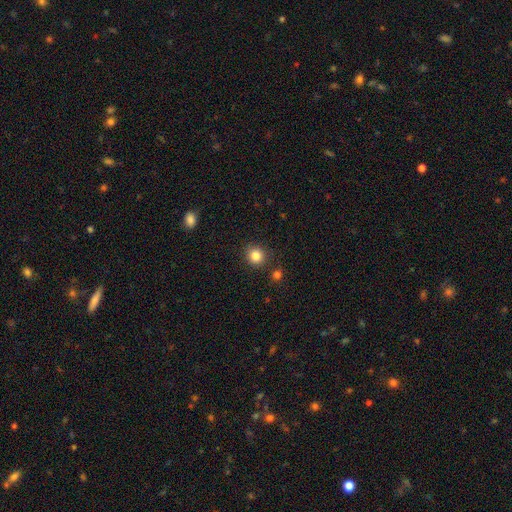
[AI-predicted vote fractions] Overall: smooth (84%). How rounded: round (87%). Merging: none (86%).